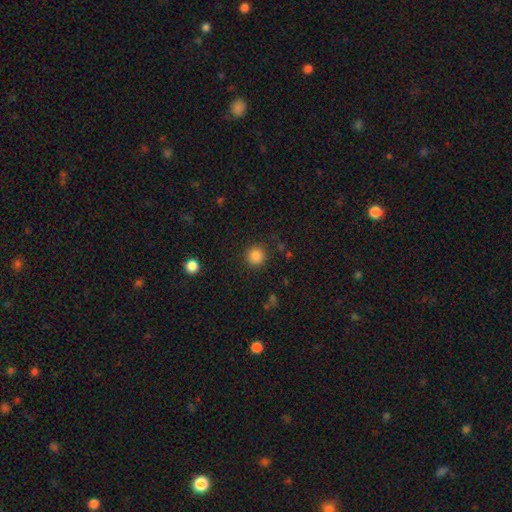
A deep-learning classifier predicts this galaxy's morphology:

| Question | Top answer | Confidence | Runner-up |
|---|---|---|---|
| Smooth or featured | smooth | 86% | star or artifact (11%) |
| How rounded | round | 93% | in between (6%) |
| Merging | none | 88% | minor disturbance (8%) |